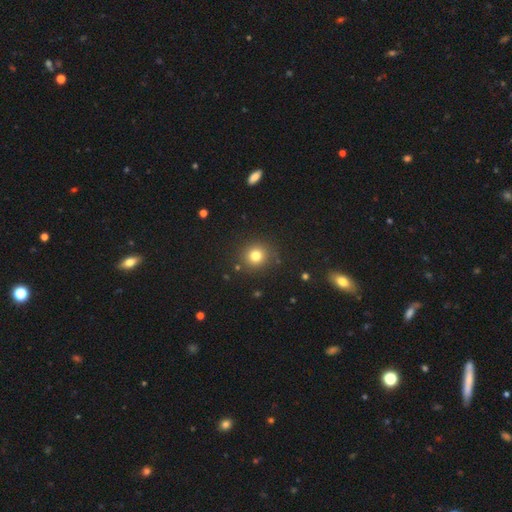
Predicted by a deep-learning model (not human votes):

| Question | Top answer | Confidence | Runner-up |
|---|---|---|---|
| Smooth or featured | smooth | 78% | star or artifact (15%) |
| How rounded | round | 90% | in between (9%) |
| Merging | none | 88% | minor disturbance (7%) |